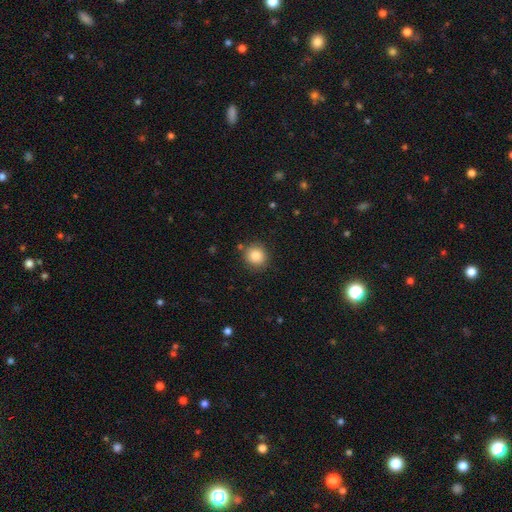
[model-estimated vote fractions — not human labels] smooth-or-featured: smooth: 86% | star or artifact: 9% | featured or disk: 5%
  how-rounded: round: 90% | in between: 9% | cigar-shaped: 1%
  merging: none: 86% | minor disturbance: 9% | major disturbance: 3% | merger: 3%